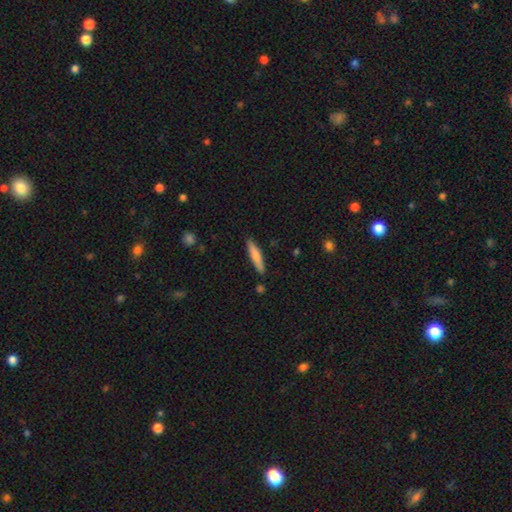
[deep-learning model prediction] Morphology: type=smooth (72%); roundness=cigar-shaped (88%); merging=none (87%).